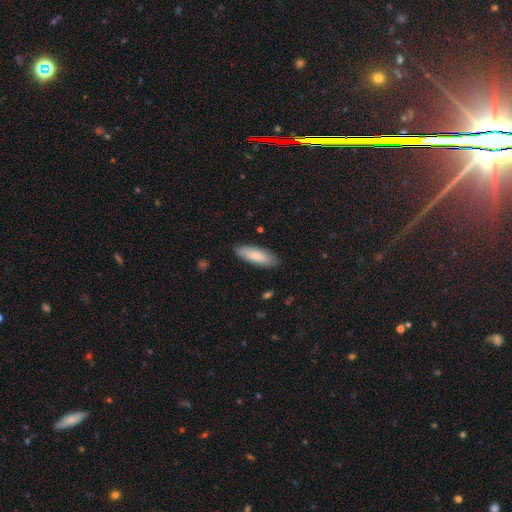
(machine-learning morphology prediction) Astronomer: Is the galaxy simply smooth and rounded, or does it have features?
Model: smooth — 79%.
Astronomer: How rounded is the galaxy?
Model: in between — 60% (runner-up: cigar-shaped, 38%).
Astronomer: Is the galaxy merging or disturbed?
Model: none — 86%.